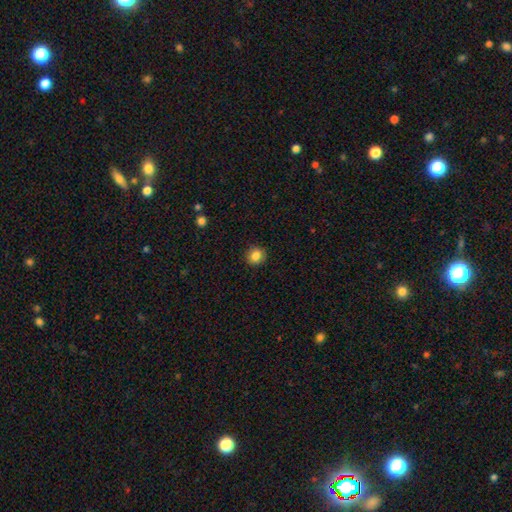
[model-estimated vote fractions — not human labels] Smooth or featured: smooth — 85% (star or artifact — 10%)
How rounded: round — 89% (in between — 10%)
Merging: none — 90% (minor disturbance — 7%)